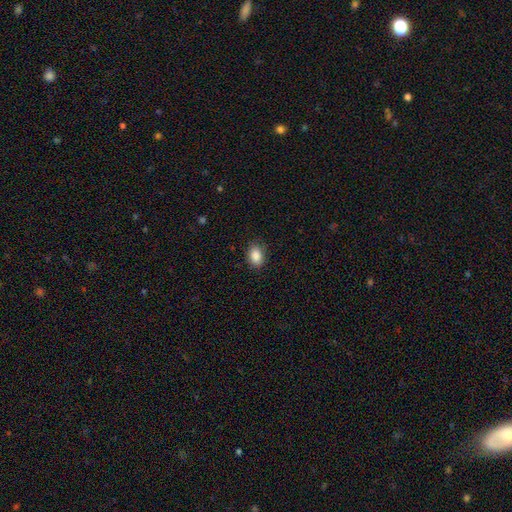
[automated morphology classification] Smooth or featured?
  - smooth: 88% *
  - star or artifact: 8%
  - featured or disk: 4%
How rounded?
  - in between: 79% *
  - round: 20%
  - cigar-shaped: 1%
Merging?
  - none: 85% *
  - minor disturbance: 11%
  - major disturbance: 3%
  - merger: 1%